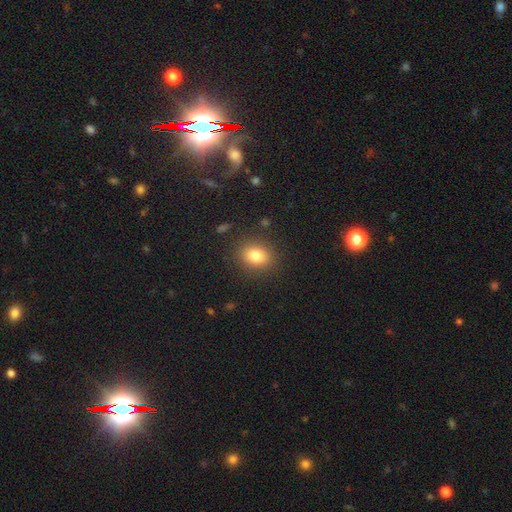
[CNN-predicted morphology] Overall: smooth (81%). How rounded: in between (54%; round 45%). Merging: none (86%).